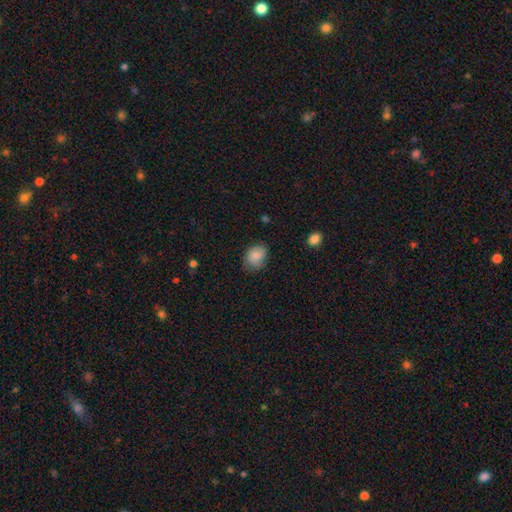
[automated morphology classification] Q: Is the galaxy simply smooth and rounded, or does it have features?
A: smooth — 84%.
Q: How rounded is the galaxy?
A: in between — 57%.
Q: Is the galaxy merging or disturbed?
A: none — 71%.